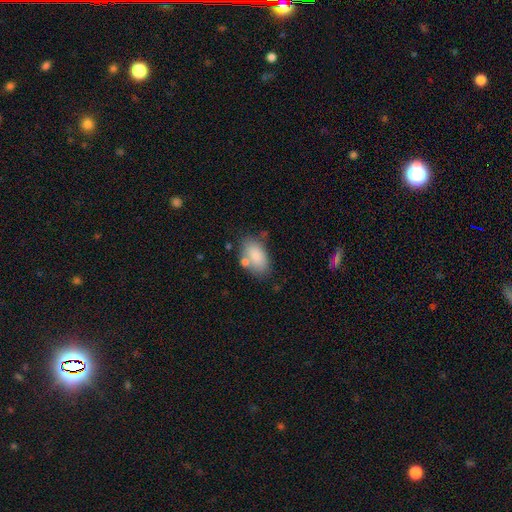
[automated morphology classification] Smooth or featured?
  - smooth: 83% *
  - featured or disk: 10%
  - star or artifact: 7%
How rounded?
  - in between: 92% *
  - round: 6%
  - cigar-shaped: 2%
Merging?
  - none: 64% *
  - minor disturbance: 19%
  - merger: 12%
  - major disturbance: 6%